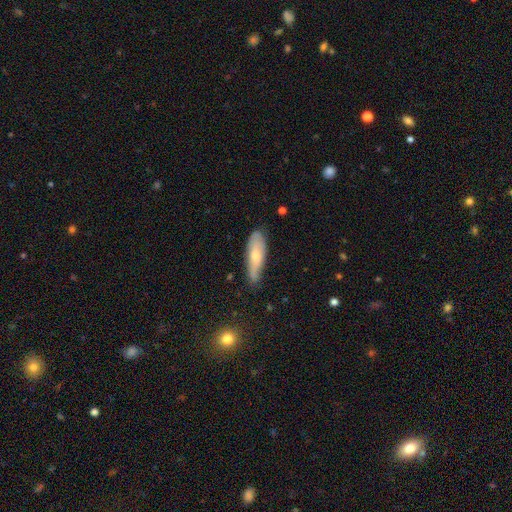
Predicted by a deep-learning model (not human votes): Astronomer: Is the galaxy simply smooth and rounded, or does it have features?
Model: smooth — 62%.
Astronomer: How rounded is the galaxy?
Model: in between — 49%, tied with cigar-shaped at 49%.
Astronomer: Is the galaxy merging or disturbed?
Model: none — 66%.